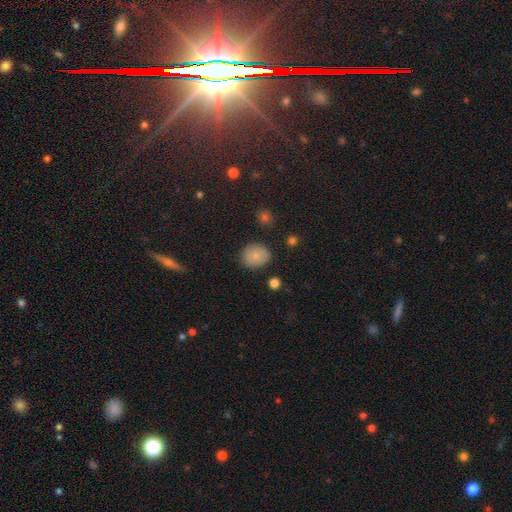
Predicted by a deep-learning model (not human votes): Overall: smooth (79%). How rounded: round (71%). Merging: none (84%).